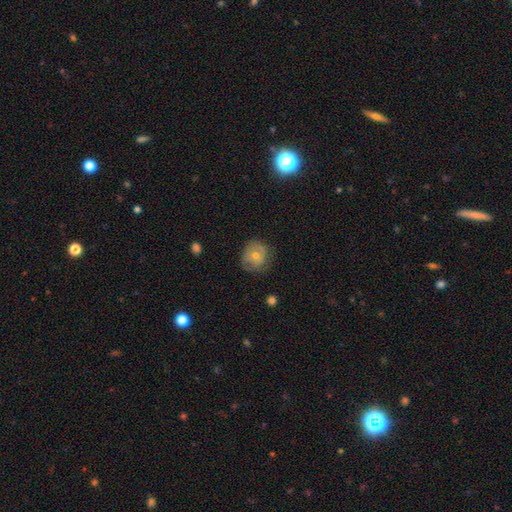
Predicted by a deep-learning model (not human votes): Morphology: type=featured or disk (45%); merging=none (76%).